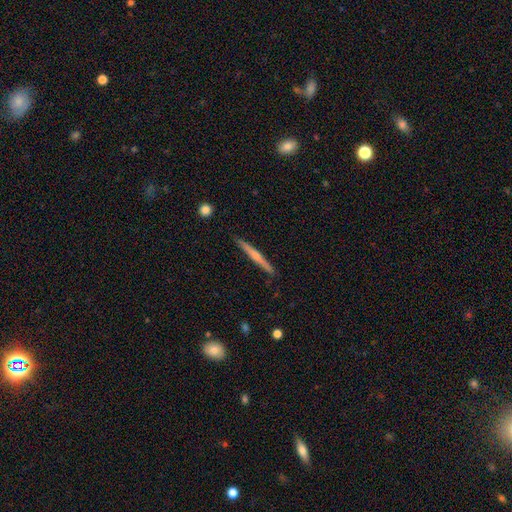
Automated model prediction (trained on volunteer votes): Smooth or featured?
  - featured or disk: 57% *
  - smooth: 37%
  - star or artifact: 6%
Edge-on disk?
  - yes: 98% *
  - no: 2%
Edge-on bulge?
  - rounded: 63% *
  - none: 30%
  - boxy: 7%
Merging?
  - none: 90% *
  - minor disturbance: 7%
  - major disturbance: 1%
  - merger: 1%